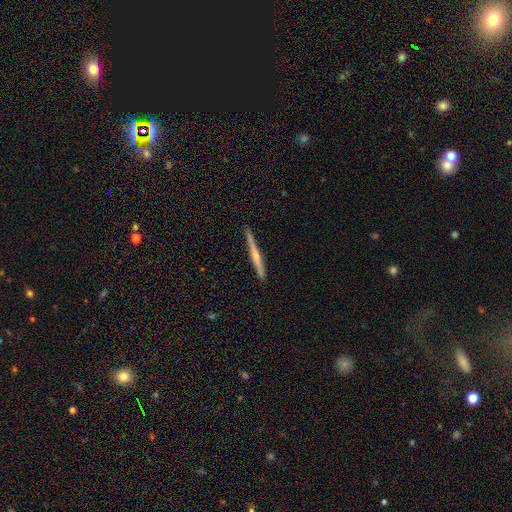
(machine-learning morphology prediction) A featured or disk galaxy (68%) viewed edge-on (98%) with a rounded central bulge (76%).

Vote fractions:
- Smooth or featured? featured or disk: 68% / smooth: 26% / star or artifact: 6%
- Edge-on disk? yes: 98% / no: 2%
- Edge-on bulge? rounded: 76% / none: 20% / boxy: 4%
- Merging? none: 88% / minor disturbance: 9% / major disturbance: 2% / merger: 1%